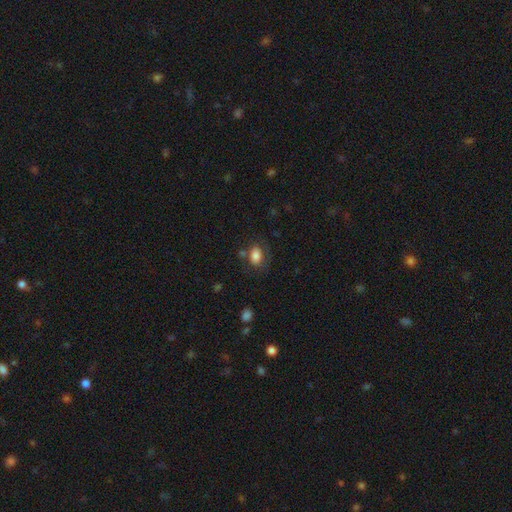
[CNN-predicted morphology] A smooth galaxy with no disk features (78%) that is in between round and cigar-shaped (81%). Merging: none (58%).